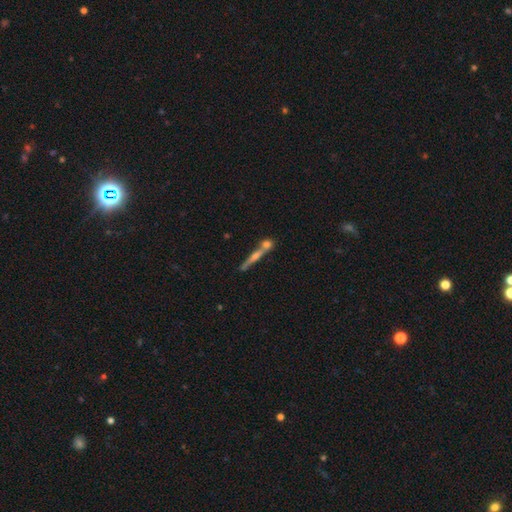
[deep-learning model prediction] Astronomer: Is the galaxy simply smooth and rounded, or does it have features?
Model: featured or disk — 59%.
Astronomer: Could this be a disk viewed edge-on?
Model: yes — 93%.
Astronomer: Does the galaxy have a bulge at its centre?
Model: rounded — 67%.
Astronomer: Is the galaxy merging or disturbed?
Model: none — 61%.